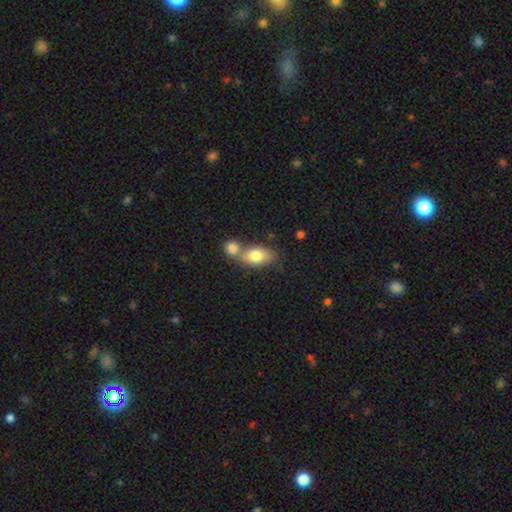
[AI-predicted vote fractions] Q: Smooth or featured?
A: smooth (77%); runner-up: featured or disk (15%)
Q: How rounded?
A: in between (82%); runner-up: round (13%)
Q: Merging?
A: merger (51%); runner-up: none (36%)